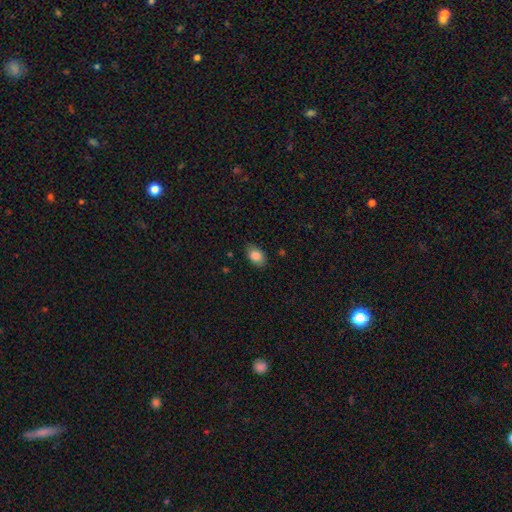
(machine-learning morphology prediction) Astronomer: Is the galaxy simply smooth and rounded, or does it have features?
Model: smooth — 86%.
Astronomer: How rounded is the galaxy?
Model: in between — 84%.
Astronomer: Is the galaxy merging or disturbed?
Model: none — 82%.